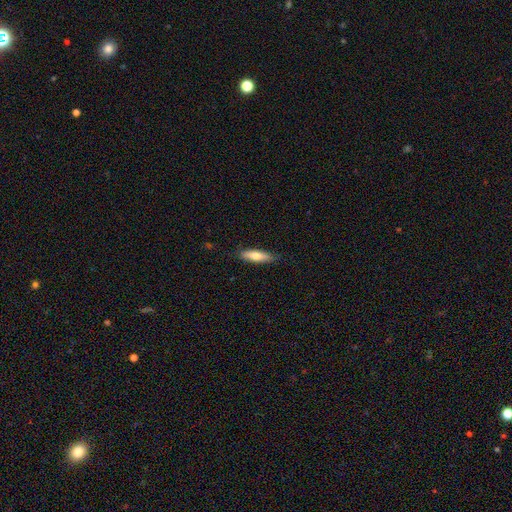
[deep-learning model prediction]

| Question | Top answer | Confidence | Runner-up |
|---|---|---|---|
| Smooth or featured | smooth | 68% | featured or disk (26%) |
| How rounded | cigar-shaped | 59% | in between (39%) |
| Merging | none | 84% | minor disturbance (12%) |